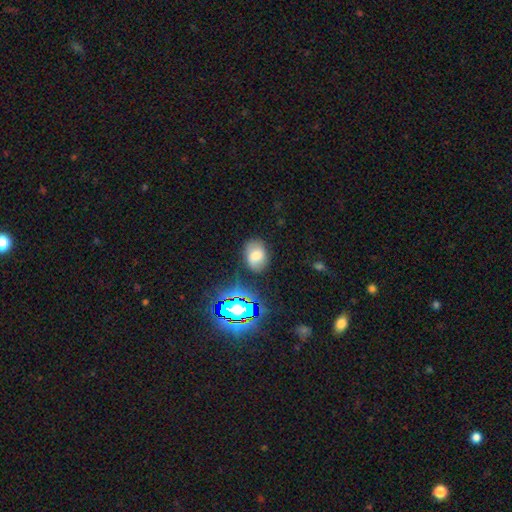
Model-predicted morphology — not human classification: This appears to be a smooth galaxy with no disk features (64%) that is in between round and cigar-shaped (67%). Merging: none (75%).